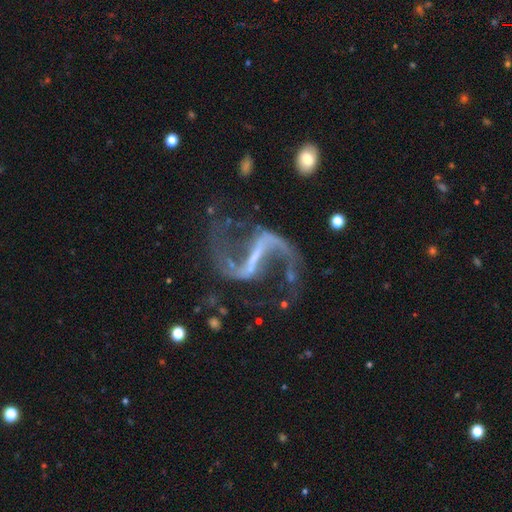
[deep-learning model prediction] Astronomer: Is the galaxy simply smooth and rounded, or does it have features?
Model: featured or disk — 93%.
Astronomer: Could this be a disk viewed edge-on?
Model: no — 98%.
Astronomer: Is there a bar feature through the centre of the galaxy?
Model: strong — 65%.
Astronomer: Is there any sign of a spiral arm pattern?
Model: yes — 97%.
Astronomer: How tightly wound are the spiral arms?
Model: loose — 78%.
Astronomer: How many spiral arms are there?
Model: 2 — 94%.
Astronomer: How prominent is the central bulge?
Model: none — 46% (runner-up: small, 43%).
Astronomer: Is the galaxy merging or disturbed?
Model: none — 69%.